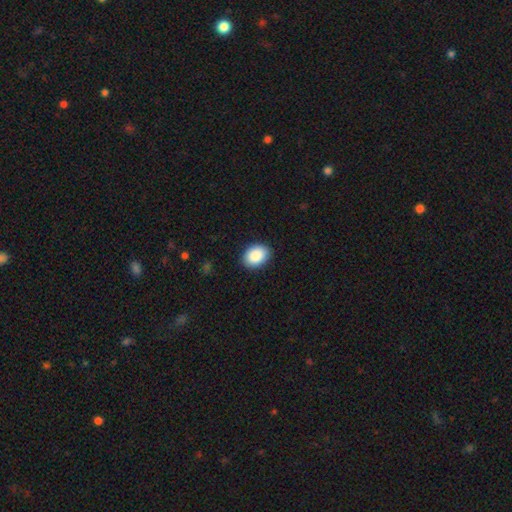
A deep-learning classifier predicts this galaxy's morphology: smooth 89%, star or artifact 7%, featured or disk 4%. Down the decision tree: how rounded — in between (76%); merging — none (88%).